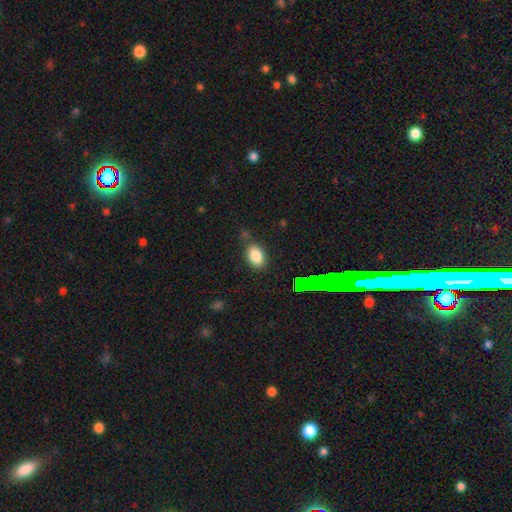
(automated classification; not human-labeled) Smooth or featured? smooth (82%)
How rounded? in between (86%)
Merging? none (74%)